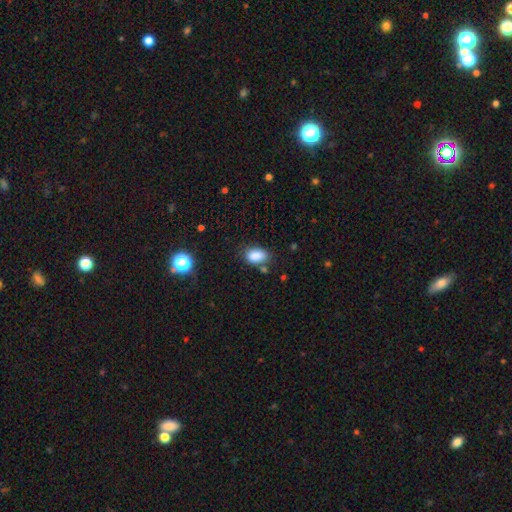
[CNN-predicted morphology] Smooth or featured: smooth — 86% (star or artifact — 9%)
How rounded: in between — 89% (round — 9%)
Merging: none — 70% (minor disturbance — 19%)